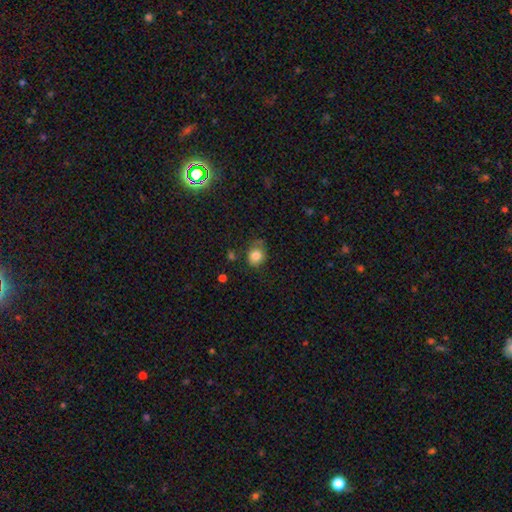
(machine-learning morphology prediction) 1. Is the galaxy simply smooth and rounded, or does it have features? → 82% smooth, 10% star or artifact, 8% featured or disk.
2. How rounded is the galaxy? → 56% round, 43% in between, 1% cigar-shaped.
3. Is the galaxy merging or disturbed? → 62% none, 27% minor disturbance, 8% major disturbance, 3% merger.